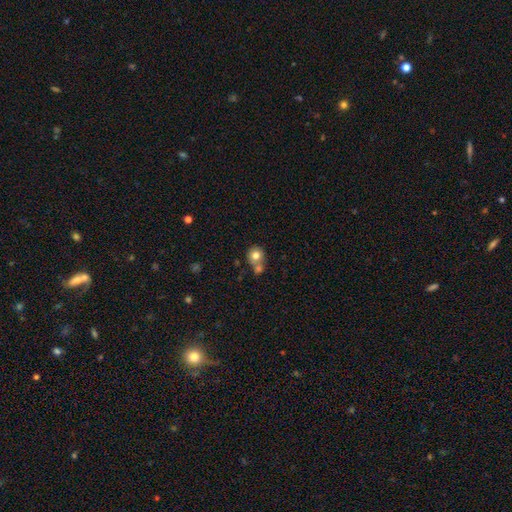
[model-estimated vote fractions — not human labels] smooth-or-featured: smooth: 78% | featured or disk: 12% | star or artifact: 10%
  how-rounded: round: 86% | in between: 13% | cigar-shaped: 1%
  merging: none: 46% | merger: 42% | minor disturbance: 9% | major disturbance: 3%